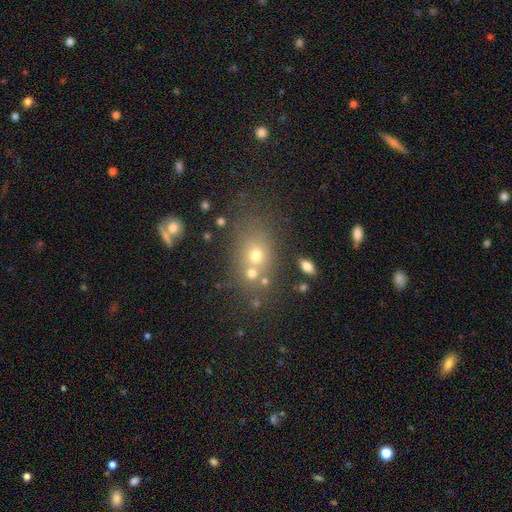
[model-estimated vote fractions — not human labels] smooth 61%, star or artifact 20%, featured or disk 19%. Down the decision tree: how rounded — in between (51%); merging — none (54%).